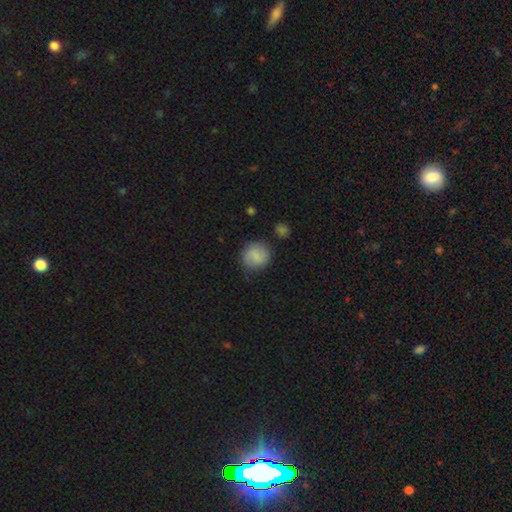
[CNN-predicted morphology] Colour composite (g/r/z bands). It shows a smooth galaxy with no disk features (78%) that is round (85%). Merging: none (74%).